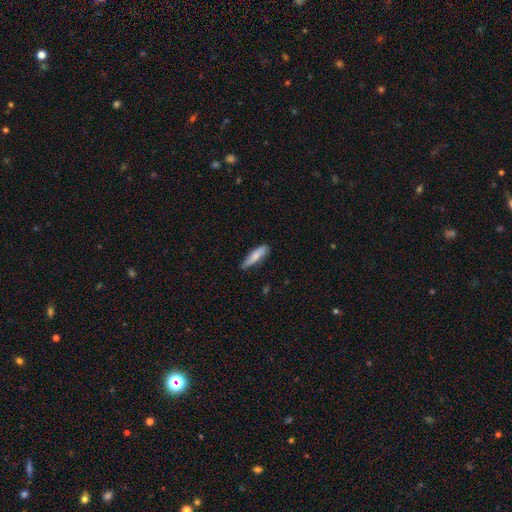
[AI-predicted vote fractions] Smooth or featured: smooth — 77% (featured or disk — 17%)
How rounded: cigar-shaped — 74% (in between — 24%)
Merging: none — 78% (minor disturbance — 19%)